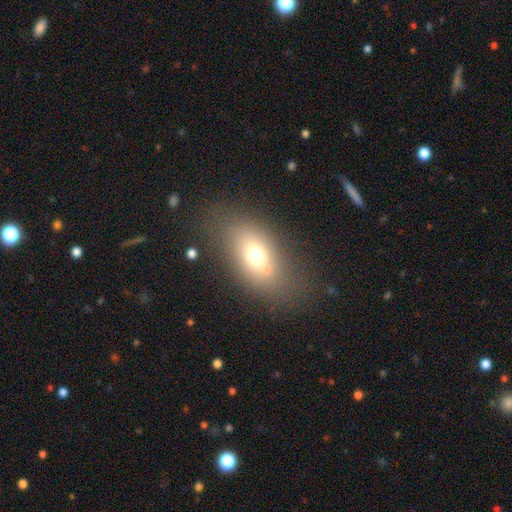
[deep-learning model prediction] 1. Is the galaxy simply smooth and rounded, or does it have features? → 66% smooth, 19% featured or disk, 15% star or artifact.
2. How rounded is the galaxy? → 76% in between, 19% round, 4% cigar-shaped.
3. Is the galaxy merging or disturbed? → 67% none, 13% minor disturbance, 11% merger, 8% major disturbance.